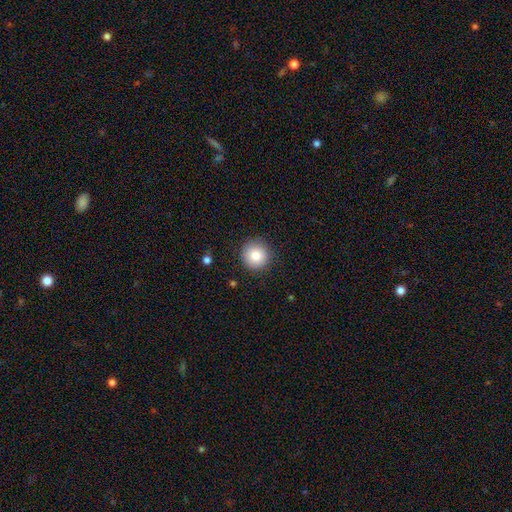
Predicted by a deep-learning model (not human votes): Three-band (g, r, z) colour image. It shows a smooth galaxy with no disk features (84%) that is round (94%). Merging: none (89%).